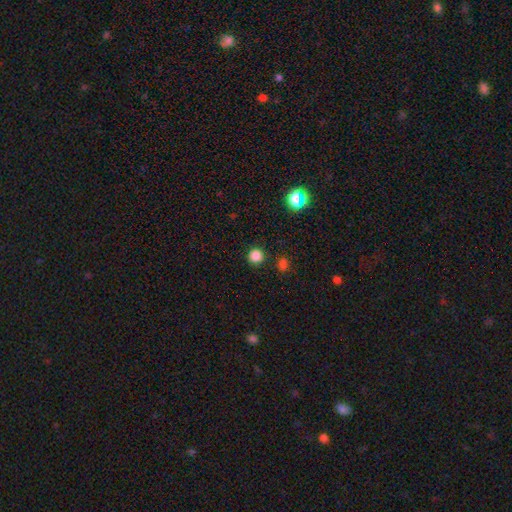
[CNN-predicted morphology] A smooth galaxy with no disk features (83%) that is round (94%).

Vote fractions:
- Smooth or featured? smooth: 83% / star or artifact: 14% / featured or disk: 3%
- How rounded? round: 94% / in between: 5% / cigar-shaped: 1%
- Merging? none: 89% / minor disturbance: 6% / merger: 3% / major disturbance: 2%